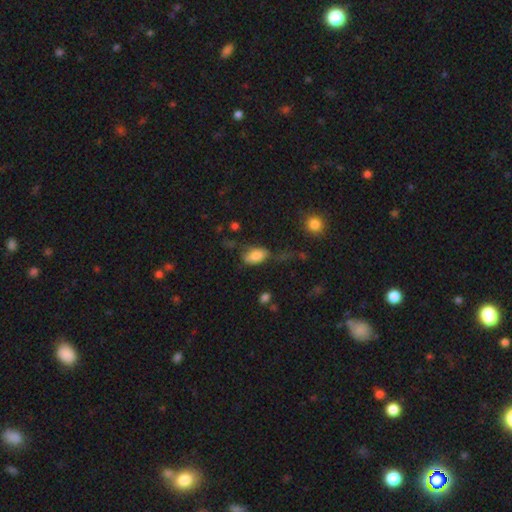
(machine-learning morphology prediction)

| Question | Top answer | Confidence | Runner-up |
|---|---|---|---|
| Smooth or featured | smooth | 76% | featured or disk (15%) |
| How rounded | in between | 91% | round (6%) |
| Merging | none | 41% | minor disturbance (30%) |